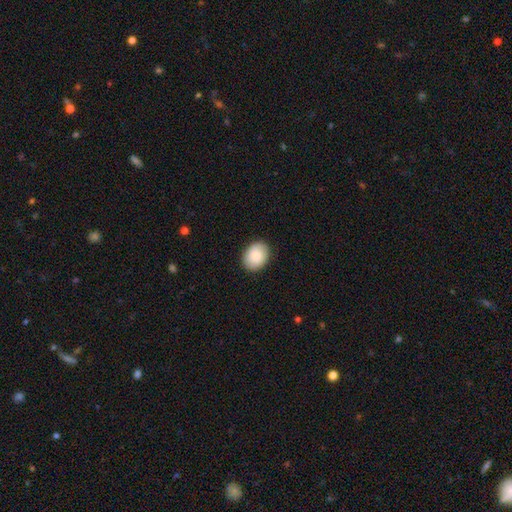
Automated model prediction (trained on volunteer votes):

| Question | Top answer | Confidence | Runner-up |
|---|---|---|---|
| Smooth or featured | smooth | 84% | featured or disk (10%) |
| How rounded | in between | 60% | round (39%) |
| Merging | none | 88% | minor disturbance (9%) |